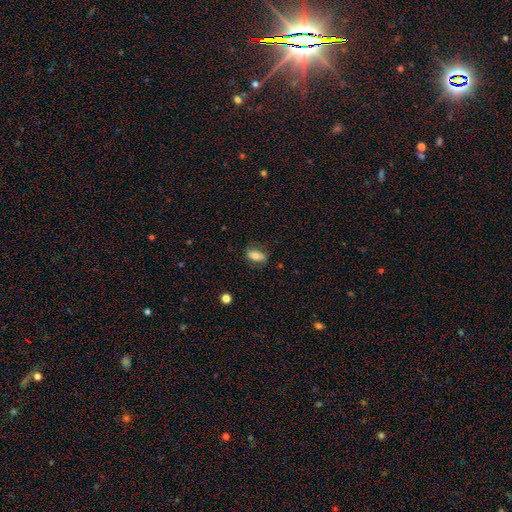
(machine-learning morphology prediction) Smooth or featured? Predicted: smooth (p=0.69). How rounded? Predicted: in between (p=0.84). Merging? Predicted: none (p=0.74).